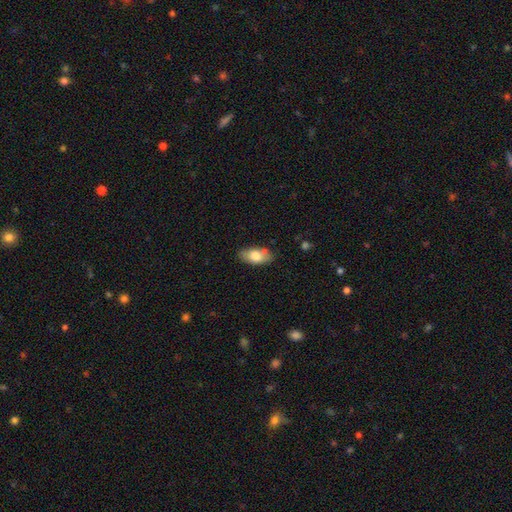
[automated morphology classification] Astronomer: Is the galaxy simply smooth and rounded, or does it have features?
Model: smooth — 75%.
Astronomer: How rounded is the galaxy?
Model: in between — 90%.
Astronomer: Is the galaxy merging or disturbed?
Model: none — 74%.